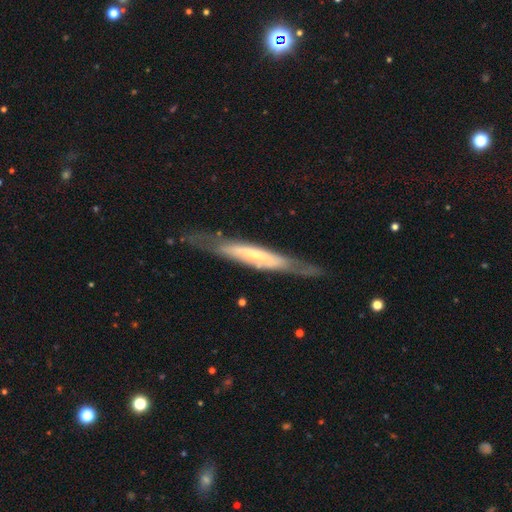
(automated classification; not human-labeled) Smooth or featured?
  - featured or disk: 60% *
  - smooth: 34%
  - star or artifact: 6%
Edge-on disk?
  - yes: 73% *
  - no: 27%
Merging?
  - none: 72% *
  - minor disturbance: 18%
  - major disturbance: 7%
  - merger: 2%